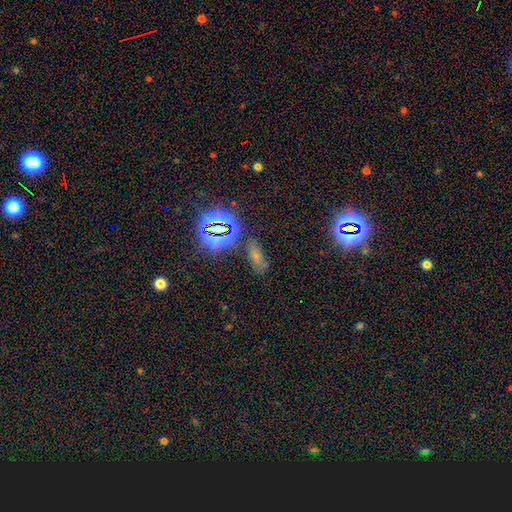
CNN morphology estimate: Smooth or featured? Predicted: smooth (p=0.47). Merging? Predicted: none (p=0.70).